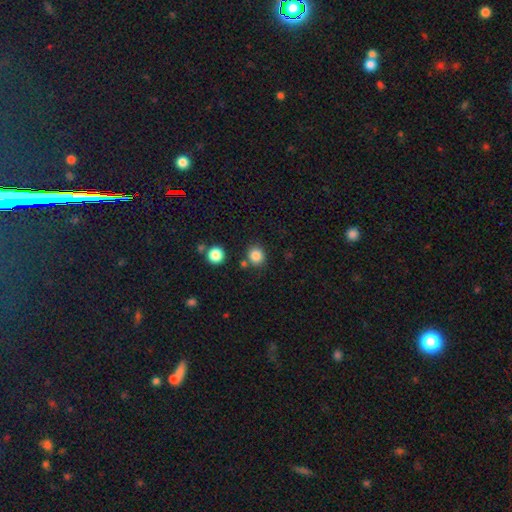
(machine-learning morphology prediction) smooth-or-featured: smooth: 85% | star or artifact: 11% | featured or disk: 4%
  how-rounded: round: 83% | in between: 16% | cigar-shaped: 1%
  merging: none: 80% | minor disturbance: 9% | merger: 8% | major disturbance: 3%